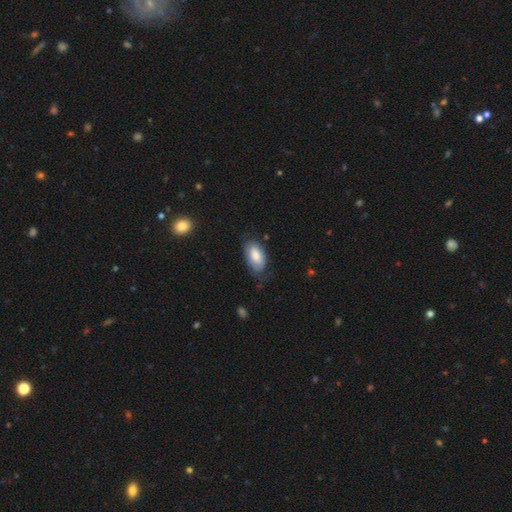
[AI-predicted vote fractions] Smooth or featured? Predicted: smooth (p=0.78). How rounded? Predicted: in between (p=0.94). Merging? Predicted: none (p=0.61).